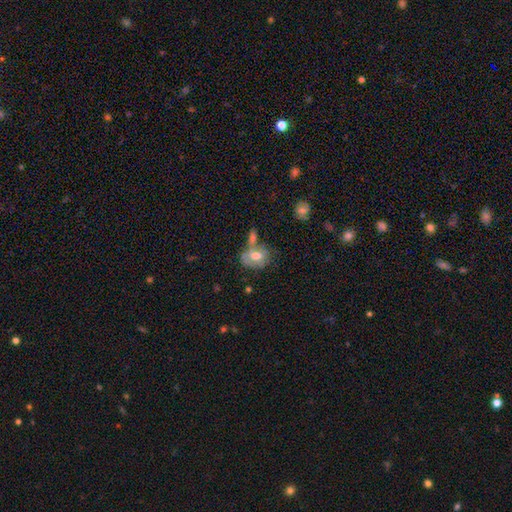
Q: Smooth or featured?
A: smooth (67%); runner-up: featured or disk (31%)
Q: How rounded?
A: in between (65%); runner-up: round (35%)
Q: Merging?
A: none (55%); runner-up: merger (26%)